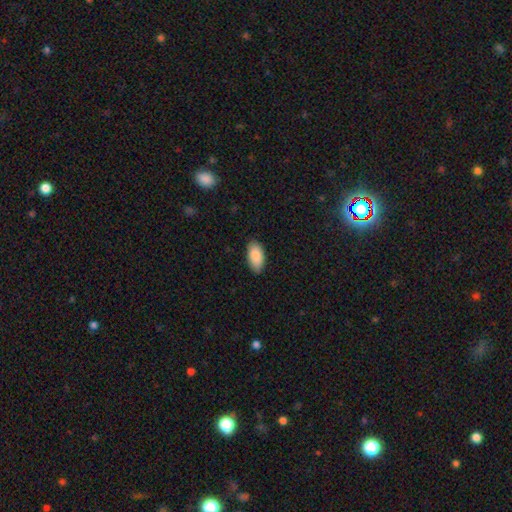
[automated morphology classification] smooth-or-featured: smooth: 89% | star or artifact: 6% | featured or disk: 5%
  how-rounded: in between: 94% | cigar-shaped: 3% | round: 2%
  merging: none: 85% | minor disturbance: 12% | major disturbance: 2% | merger: 1%